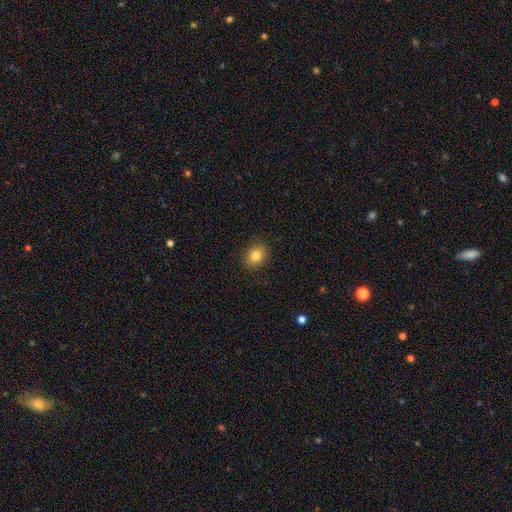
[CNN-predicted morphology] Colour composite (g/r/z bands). It shows a smooth galaxy with no disk features (83%) that is in between round and cigar-shaped (50%, tied with round). Merging: none (88%).